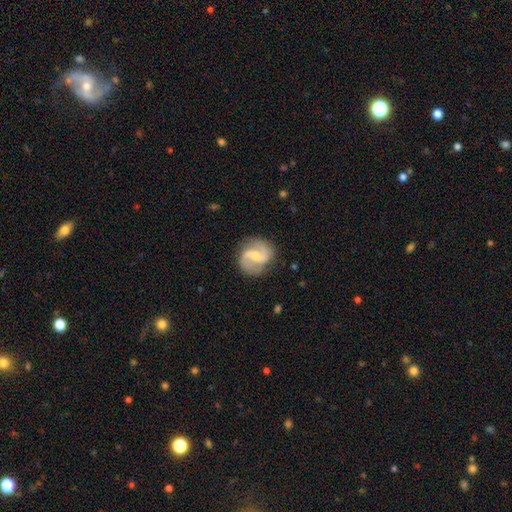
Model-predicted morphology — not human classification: A featured or disk galaxy (84%) with a weak bar (53%), 2 (92%) medium (51%) spiral arms (96%) and a small central bulge (49%).

Vote fractions:
- Smooth or featured? featured or disk: 84% / smooth: 11% / star or artifact: 5%
- Edge-on disk? no: 98% / yes: 2%
- Bar? weak: 53% / no: 25% / strong: 22%
- Spiral arms? yes: 96% / no: 4%
- Spiral winding? medium: 51% / loose: 34% / tight: 15%
- Spiral arm count? 2: 92% / can't tell: 3% / 1: 2% / 3: 1% / 4: 1% / more than 4: 1%
- Bulge size? small: 49% / moderate: 43% / none: 5% / large: 2% / dominant: 1%
- Merging? none: 81% / minor disturbance: 13% / major disturbance: 4% / merger: 1%